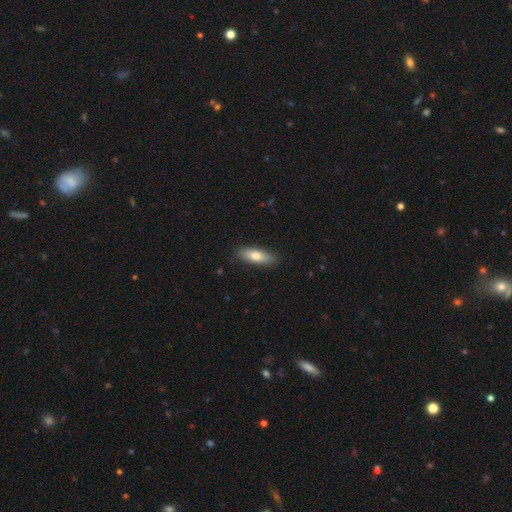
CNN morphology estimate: Overall: smooth (75%). How rounded: in between (52%; cigar-shaped 45%). Merging: none (86%).